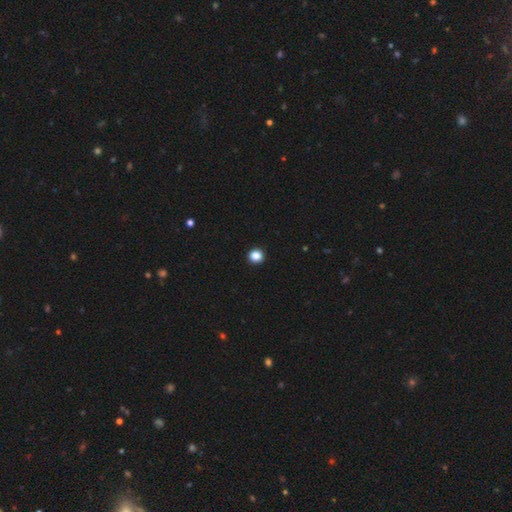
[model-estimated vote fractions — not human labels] smooth_or_featured: smooth (p=0.87) [alt: star or artifact p=0.11]
how_rounded: round (p=0.91) [alt: in between p=0.08]
merging: none (p=0.94) [alt: minor disturbance p=0.04]